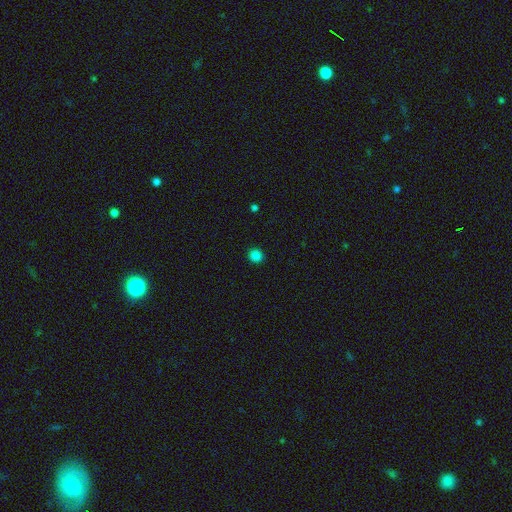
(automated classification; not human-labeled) smooth_or_featured: smooth (p=0.84) [alt: star or artifact p=0.13]
how_rounded: round (p=0.86) [alt: in between p=0.13]
merging: none (p=0.91) [alt: minor disturbance p=0.06]